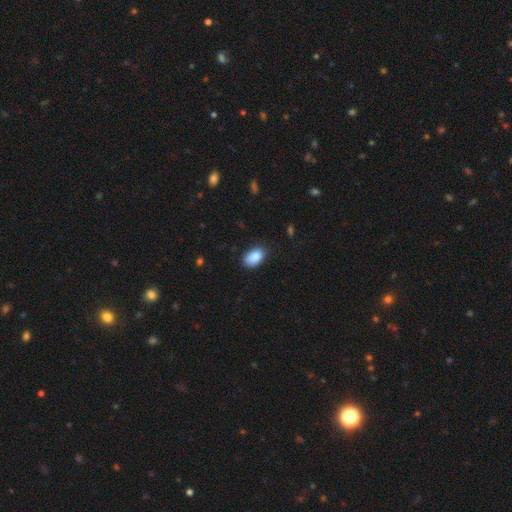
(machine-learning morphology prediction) smooth-or-featured: smooth: 87% | star or artifact: 7% | featured or disk: 5%
  how-rounded: in between: 92% | round: 7% | cigar-shaped: 1%
  merging: none: 84% | minor disturbance: 13% | major disturbance: 3% | merger: 1%